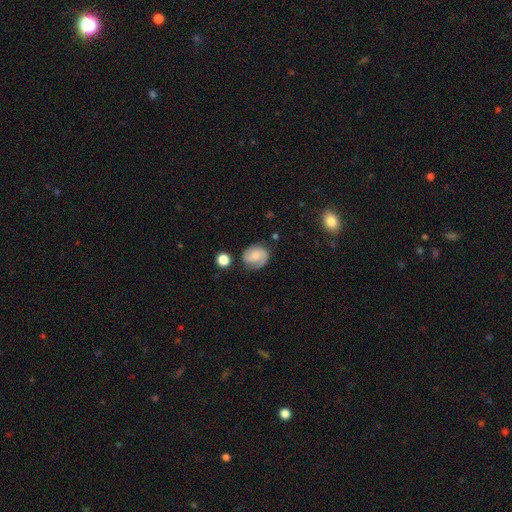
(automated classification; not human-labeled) Smooth or featured? featured or disk (53%)
Edge-on disk? no (98%)
Bar? no (62%)
Spiral arms? yes (92%)
Bulge size? small (35%)
Merging? none (69%)